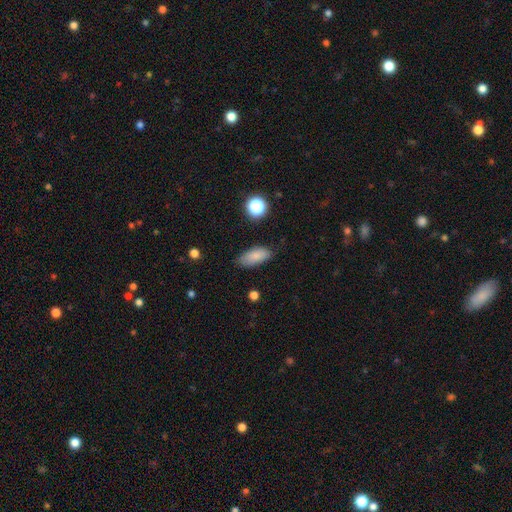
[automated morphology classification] Smooth or featured? smooth (83%)
How rounded? in between (85%)
Merging? none (78%)